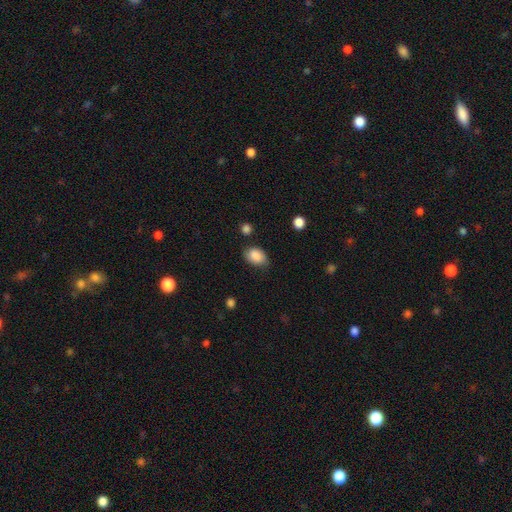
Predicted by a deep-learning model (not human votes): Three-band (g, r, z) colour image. It shows a smooth galaxy with no disk features (86%) that is in between round and cigar-shaped (80%). Merging: none (73%).